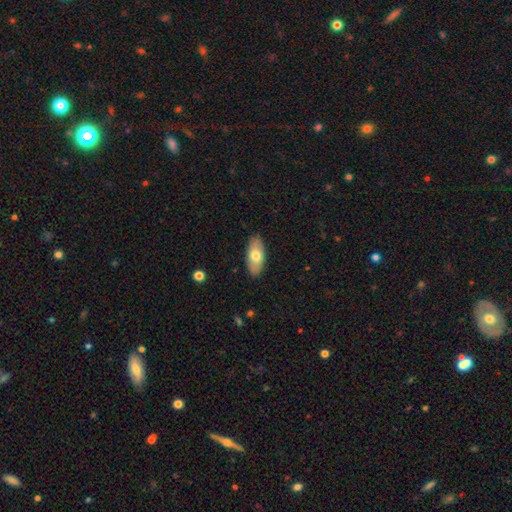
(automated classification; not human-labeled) This is likely a smooth galaxy (69%). How rounded: clearly in between (90%). Merging: clearly none (88%).